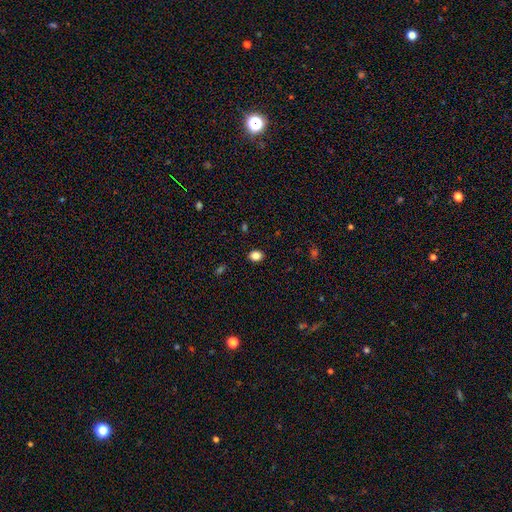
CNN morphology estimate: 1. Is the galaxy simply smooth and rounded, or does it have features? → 85% smooth, 10% star or artifact, 5% featured or disk.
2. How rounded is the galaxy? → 60% in between, 39% round, 1% cigar-shaped.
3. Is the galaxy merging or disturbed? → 90% none, 7% minor disturbance, 2% major disturbance, 1% merger.